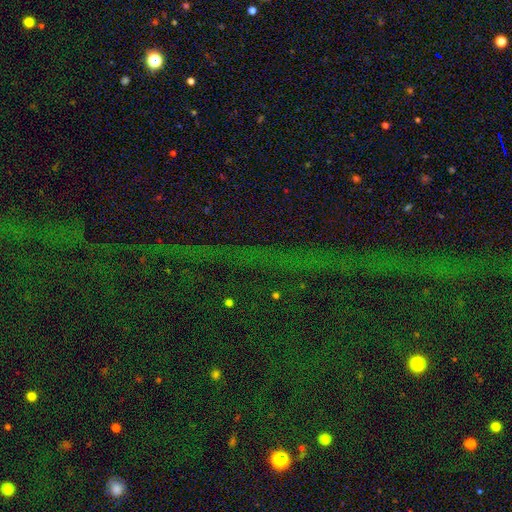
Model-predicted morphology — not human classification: Q: Smooth or featured?
A: star or artifact (86%); runner-up: featured or disk (7%)